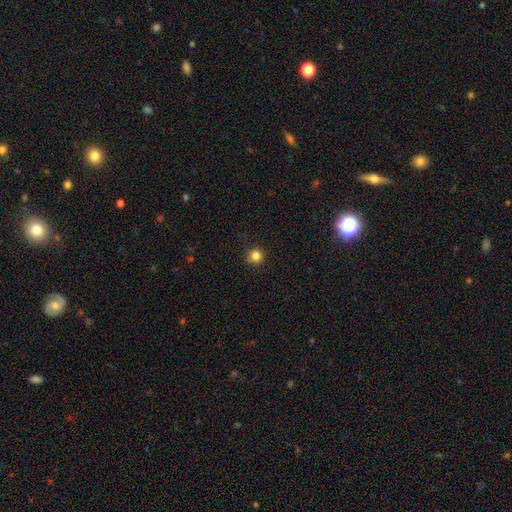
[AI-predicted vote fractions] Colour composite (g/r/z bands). It shows a smooth galaxy with no disk features (83%) that is round (94%). Merging: none (87%).